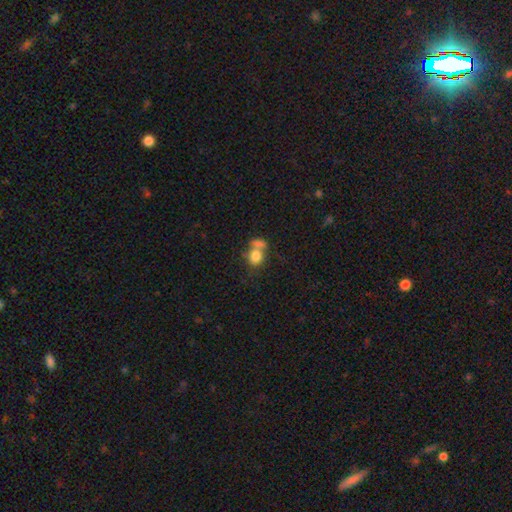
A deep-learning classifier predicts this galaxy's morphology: Smooth or featured? smooth (79%)
How rounded? in between (50%)
Merging? merger (51%)